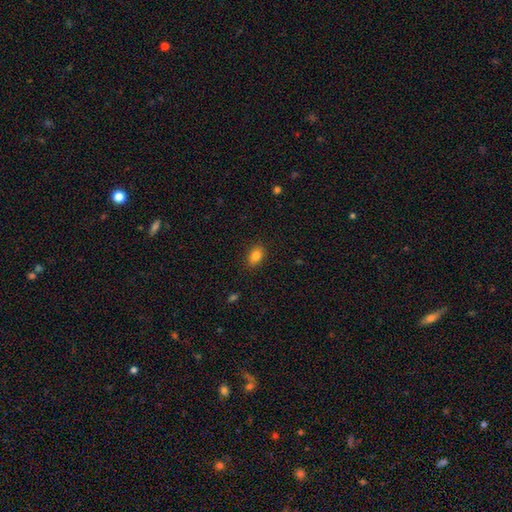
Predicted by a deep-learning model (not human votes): smooth 83%, star or artifact 10%, featured or disk 7%. Down the decision tree: how rounded — in between (78%); merging — none (87%).